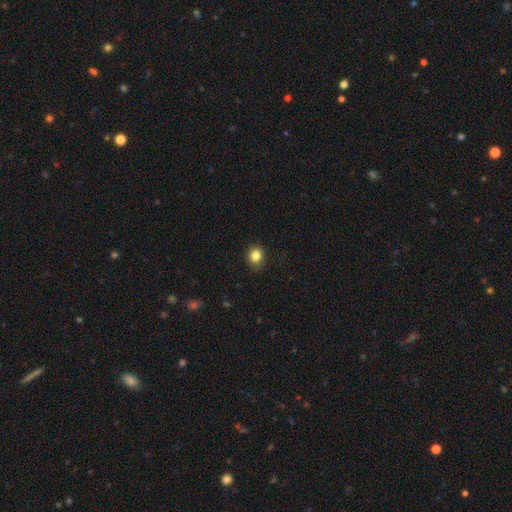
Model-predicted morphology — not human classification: Smooth or featured? smooth (84%)
How rounded? round (76%)
Merging? none (88%)